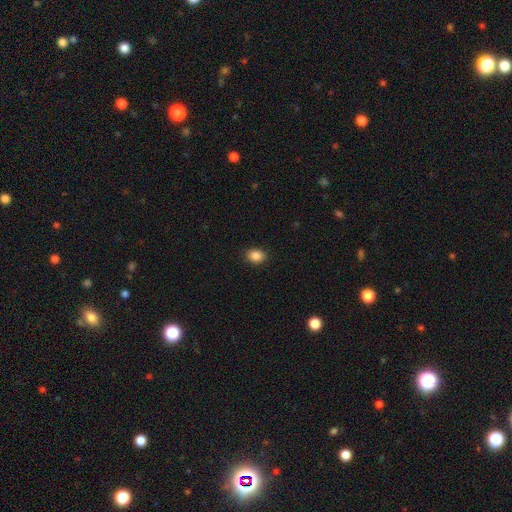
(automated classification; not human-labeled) Smooth or featured? Predicted: smooth (p=0.88). How rounded? Predicted: in between (p=0.58). Merging? Predicted: none (p=0.90).